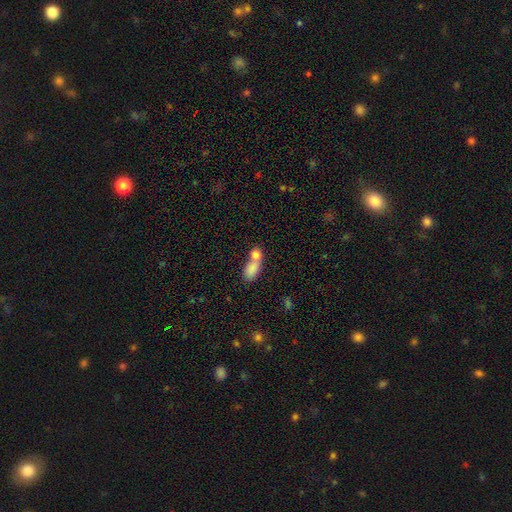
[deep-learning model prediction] A smooth galaxy with no disk features (80%) that is in between round and cigar-shaped (74%). Merging: merger (70%).